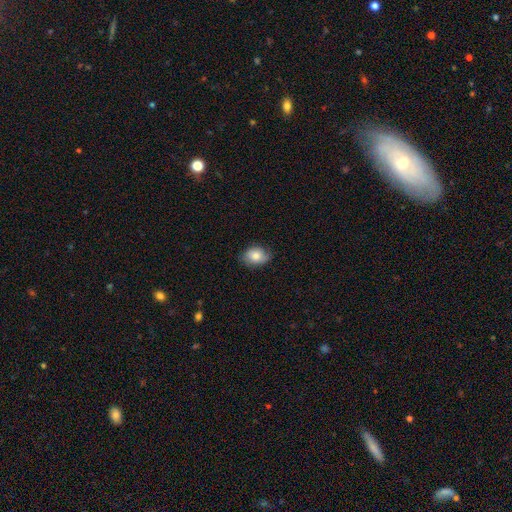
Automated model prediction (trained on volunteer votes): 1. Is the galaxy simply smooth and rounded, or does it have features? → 77% smooth, 15% featured or disk, 8% star or artifact.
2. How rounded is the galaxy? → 73% in between, 26% round, 1% cigar-shaped.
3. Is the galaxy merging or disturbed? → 74% none, 21% minor disturbance, 4% major disturbance, 1% merger.